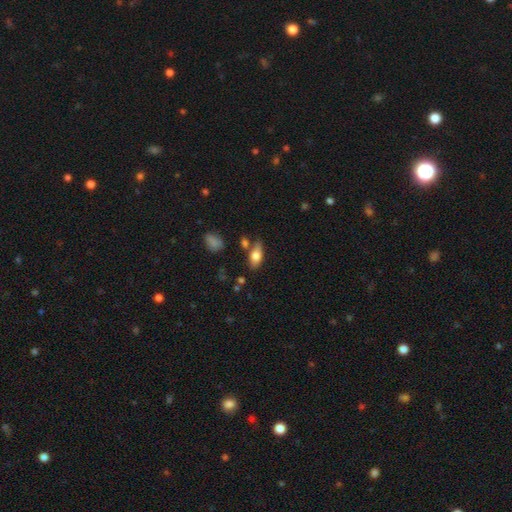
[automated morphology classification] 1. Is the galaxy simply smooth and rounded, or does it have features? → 72% smooth, 21% featured or disk, 7% star or artifact.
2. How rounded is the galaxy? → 81% in between, 15% cigar-shaped, 4% round.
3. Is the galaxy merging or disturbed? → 70% none, 17% minor disturbance, 9% merger, 5% major disturbance.